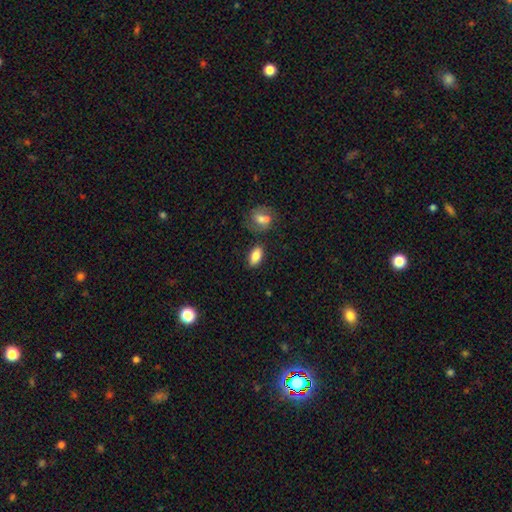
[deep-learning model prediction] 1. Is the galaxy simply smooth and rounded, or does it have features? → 83% smooth, 10% featured or disk, 8% star or artifact.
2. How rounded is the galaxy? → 90% in between, 6% cigar-shaped, 5% round.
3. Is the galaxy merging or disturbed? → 81% none, 11% minor disturbance, 5% merger, 3% major disturbance.